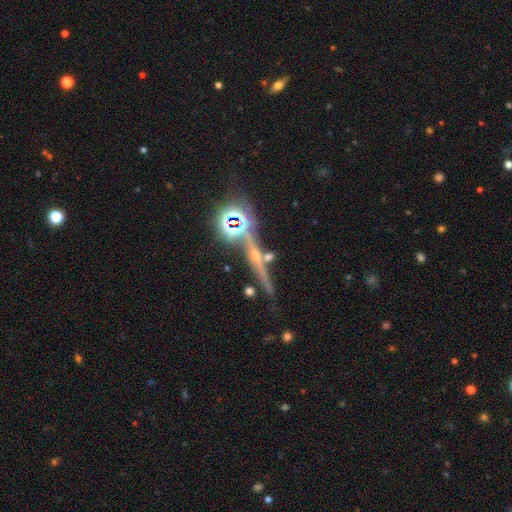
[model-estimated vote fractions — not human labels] Smooth or featured?
  - star or artifact: 58% *
  - featured or disk: 24%
  - smooth: 17%